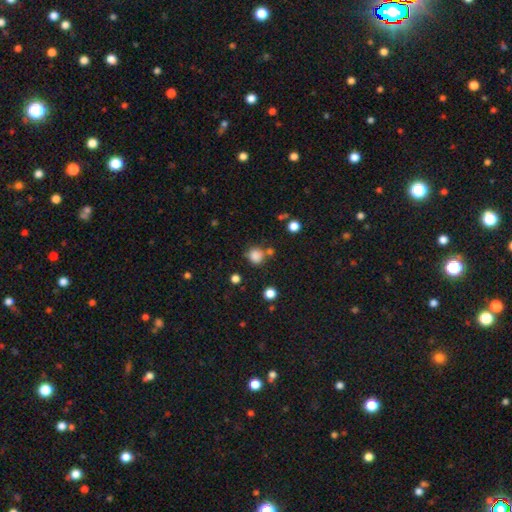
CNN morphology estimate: Q: Smooth or featured?
A: smooth (82%); runner-up: star or artifact (13%)
Q: How rounded?
A: round (85%); runner-up: in between (14%)
Q: Merging?
A: none (69%); runner-up: minor disturbance (14%)